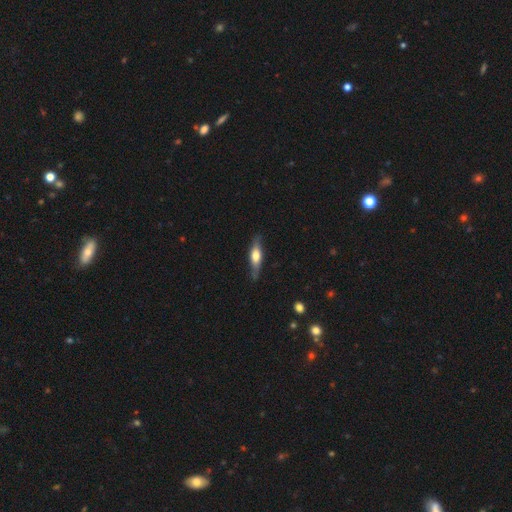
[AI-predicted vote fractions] smooth_or_featured: featured or disk (p=0.48) [alt: smooth p=0.47]
merging: none (p=0.80) [alt: minor disturbance p=0.15]